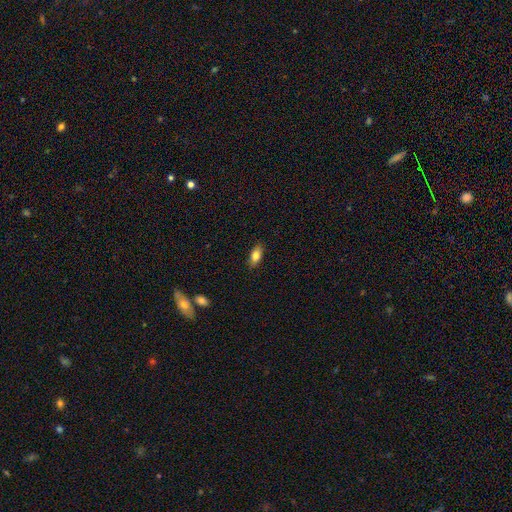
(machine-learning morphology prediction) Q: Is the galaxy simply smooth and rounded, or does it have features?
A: smooth — 77%.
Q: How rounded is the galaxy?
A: in between — 85%.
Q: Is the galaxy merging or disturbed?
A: none — 87%.